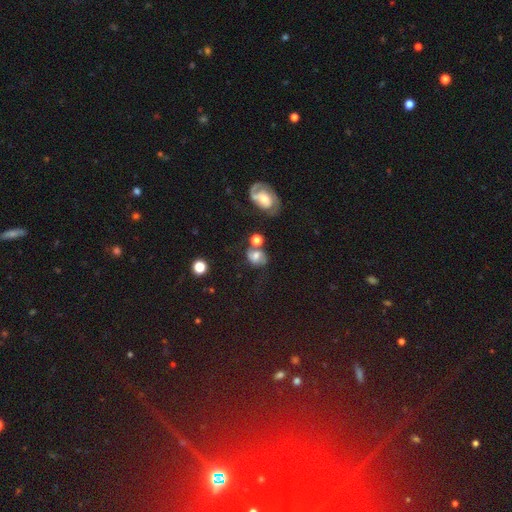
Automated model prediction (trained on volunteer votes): Smooth or featured: smooth — 51% (featured or disk — 35%)
How rounded: round — 50% (in between — 49%)
Merging: none — 49% (minor disturbance — 22%)